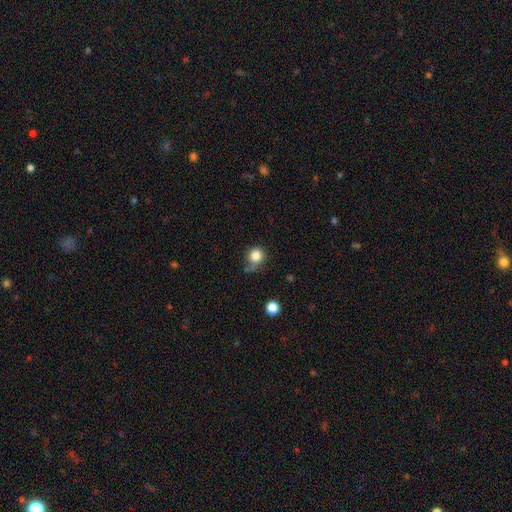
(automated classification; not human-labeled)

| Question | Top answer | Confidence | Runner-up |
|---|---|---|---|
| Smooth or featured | smooth | 82% | star or artifact (11%) |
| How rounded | round | 90% | in between (9%) |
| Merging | none | 64% | minor disturbance (21%) |